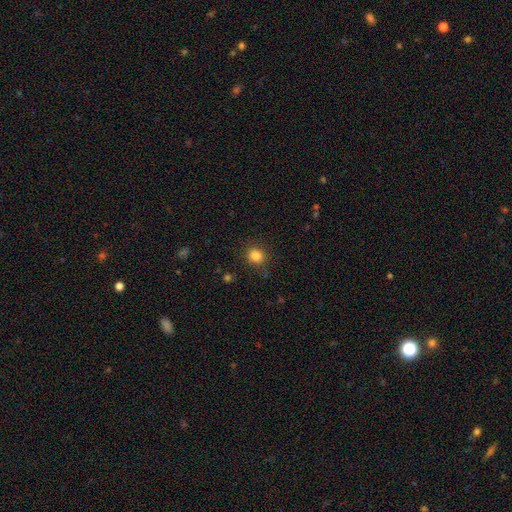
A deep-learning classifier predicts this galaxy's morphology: type=smooth (84%); roundness=round (81%); merging=none (84%).